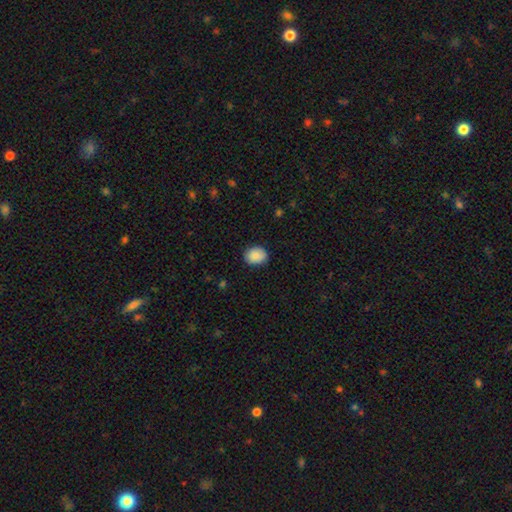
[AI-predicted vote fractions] Smooth or featured? Predicted: smooth (p=0.87). How rounded? Predicted: round (p=0.50). Merging? Predicted: none (p=0.85).